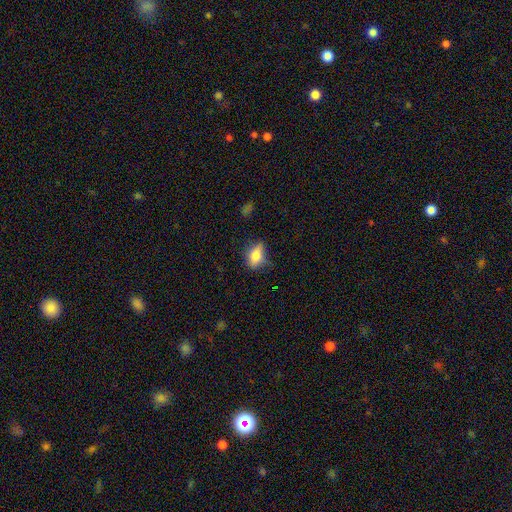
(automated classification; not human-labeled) This appears to be a smooth galaxy with no disk features (68%) that is in between round and cigar-shaped (75%). Merging: none (60%).